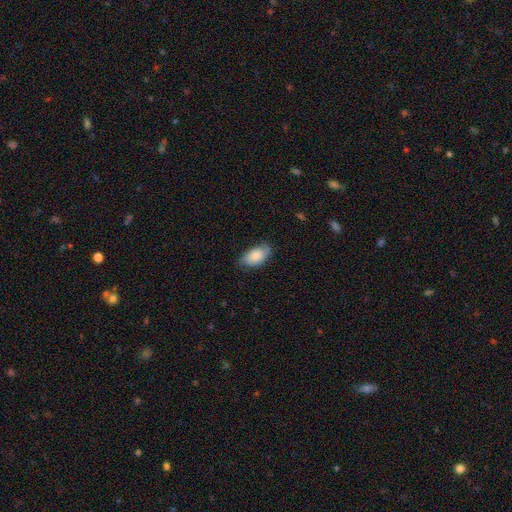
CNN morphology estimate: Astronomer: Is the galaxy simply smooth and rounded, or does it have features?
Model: smooth — 72%.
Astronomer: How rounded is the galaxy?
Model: in between — 93%.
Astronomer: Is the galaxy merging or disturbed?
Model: none — 64%.